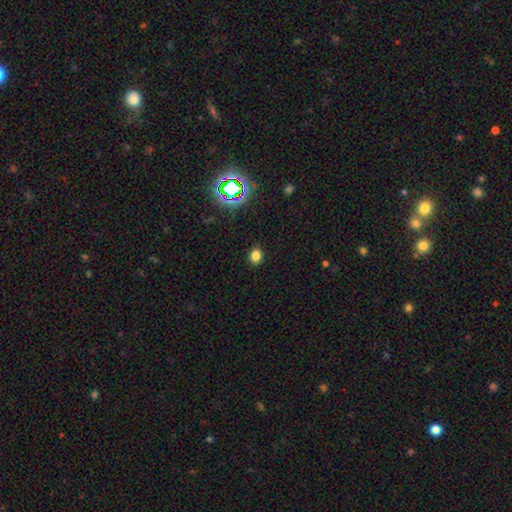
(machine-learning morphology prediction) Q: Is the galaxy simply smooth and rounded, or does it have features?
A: smooth — 80%.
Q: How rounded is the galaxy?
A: round — 50%.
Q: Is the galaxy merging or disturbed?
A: none — 89%.